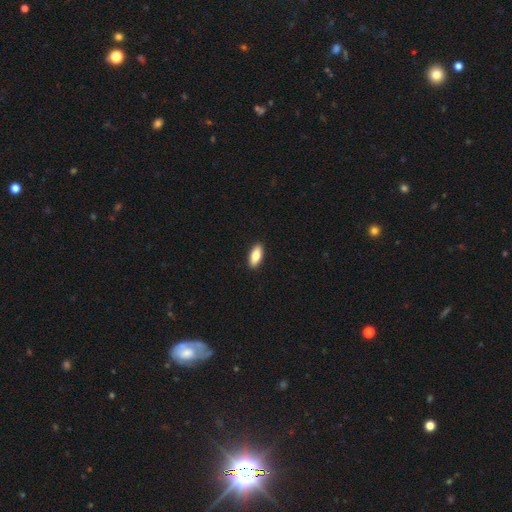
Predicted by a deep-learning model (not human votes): Smooth or featured: smooth — 82% (featured or disk — 12%)
How rounded: in between — 82% (cigar-shaped — 15%)
Merging: none — 91% (minor disturbance — 6%)